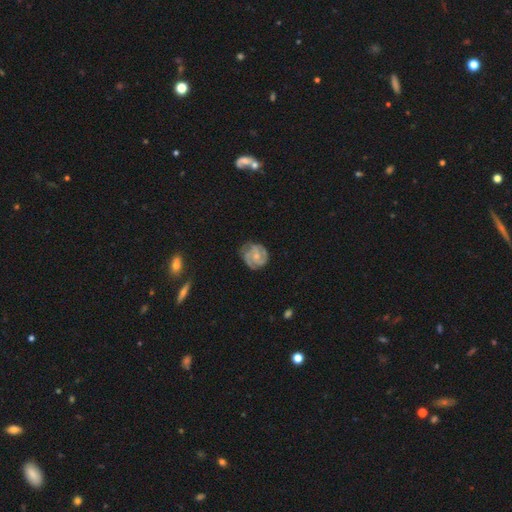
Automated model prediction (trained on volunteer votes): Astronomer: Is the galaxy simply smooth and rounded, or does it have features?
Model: featured or disk — 81%.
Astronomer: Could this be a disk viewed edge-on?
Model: no — 98%.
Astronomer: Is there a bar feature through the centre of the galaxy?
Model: no — 51% (runner-up: weak, 40%).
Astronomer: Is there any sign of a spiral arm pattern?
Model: yes — 95%.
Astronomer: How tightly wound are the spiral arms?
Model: tight — 55% (runner-up: medium, 38%).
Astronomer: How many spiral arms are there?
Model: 2 — 45% (runner-up: 3, 30%).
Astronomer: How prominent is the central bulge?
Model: small — 54% (runner-up: moderate, 32%).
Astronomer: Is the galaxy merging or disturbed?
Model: none — 69%.